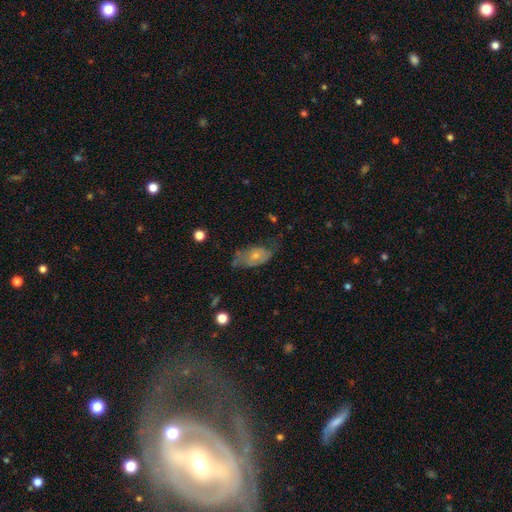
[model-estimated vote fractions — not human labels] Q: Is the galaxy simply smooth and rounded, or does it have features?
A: smooth — 47%.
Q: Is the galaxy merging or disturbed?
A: none — 38%.